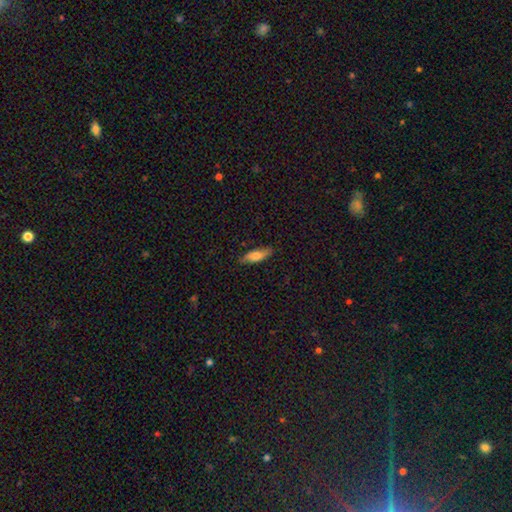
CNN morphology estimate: Smooth or featured? smooth (73%)
How rounded? in between (56%)
Merging? none (79%)